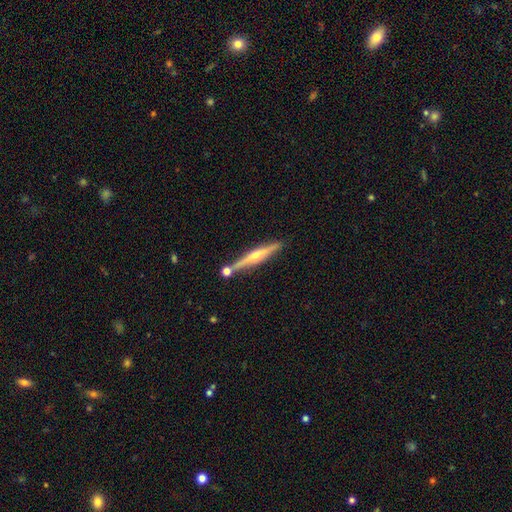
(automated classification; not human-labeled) Morphology: type=featured or disk (70%); edge-on=yes (97%); edge-on bulge=rounded (85%); merging=none (79%).